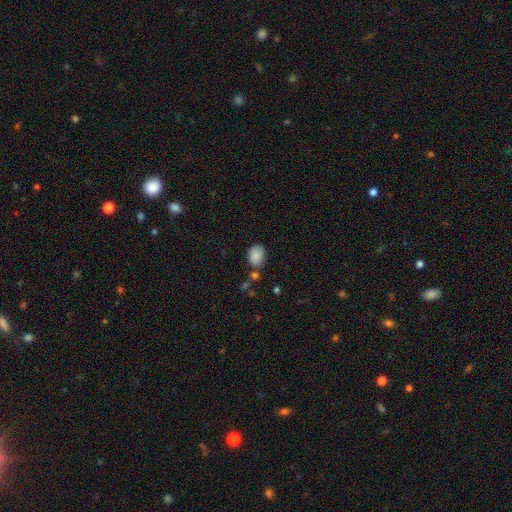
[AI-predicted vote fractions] smooth_or_featured: smooth (p=0.86) [alt: star or artifact p=0.09]
how_rounded: in between (p=0.66) [alt: round p=0.33]
merging: none (p=0.67) [alt: minor disturbance p=0.19]